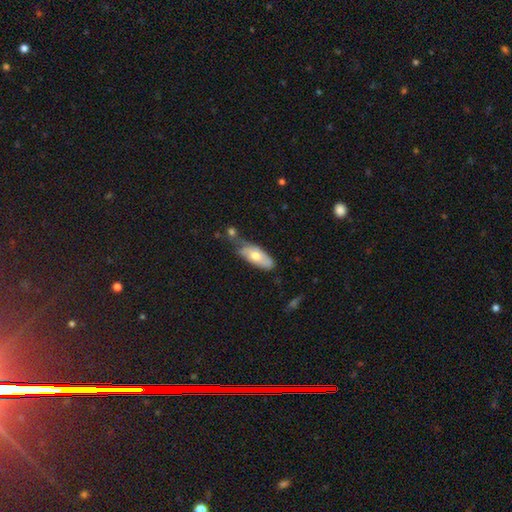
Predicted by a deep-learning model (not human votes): smooth-or-featured: smooth: 63% | featured or disk: 31% | star or artifact: 6%
  how-rounded: in between: 81% | cigar-shaped: 17% | round: 3%
  merging: none: 47% | minor disturbance: 31% | merger: 13% | major disturbance: 9%